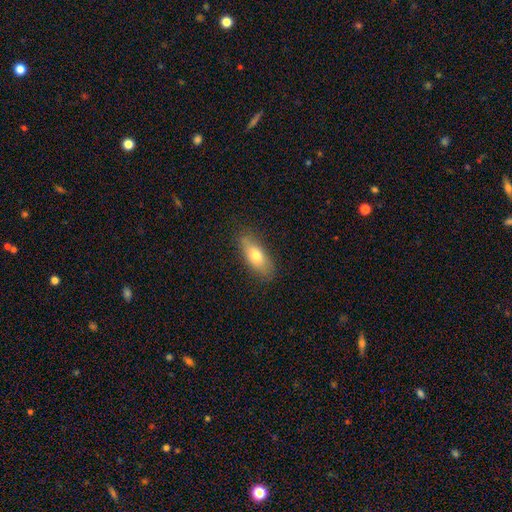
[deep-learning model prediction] This is likely a smooth galaxy (69%). How rounded: likely in between (74%). Merging: clearly none (81%).